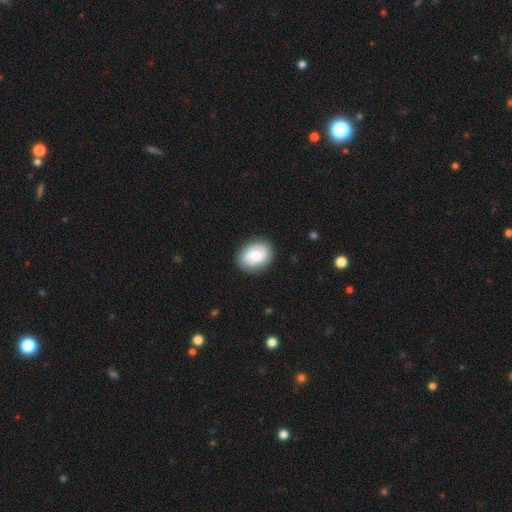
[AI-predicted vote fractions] smooth 72%, featured or disk 21%, star or artifact 7%. Down the decision tree: how rounded — in between (62%); merging — none (85%).